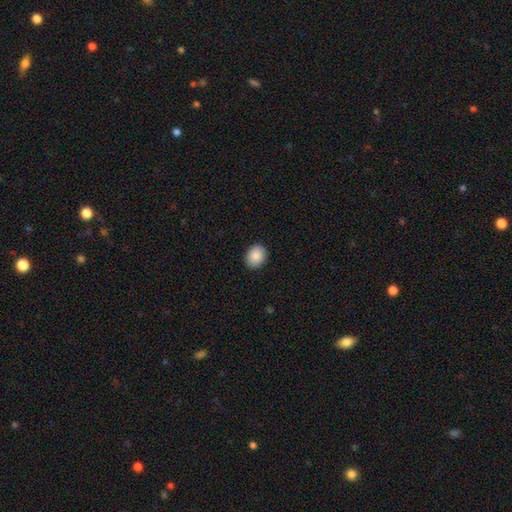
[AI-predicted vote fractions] smooth_or_featured: smooth (p=0.89) [alt: star or artifact p=0.07]
how_rounded: round (p=0.53) [alt: in between p=0.47]
merging: none (p=0.91) [alt: minor disturbance p=0.07]